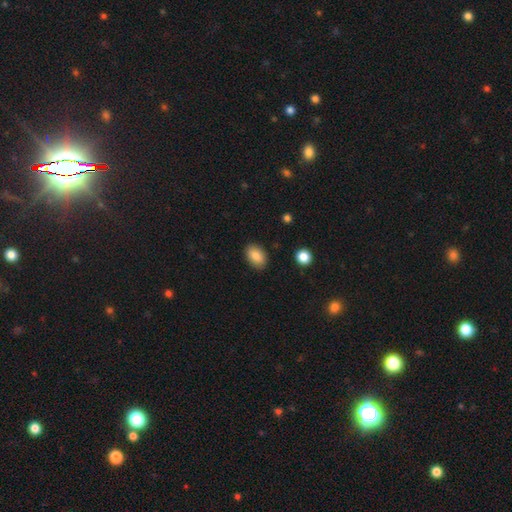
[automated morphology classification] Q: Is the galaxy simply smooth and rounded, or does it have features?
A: smooth — 86%.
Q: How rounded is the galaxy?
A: in between — 84%.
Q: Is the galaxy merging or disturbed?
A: none — 87%.